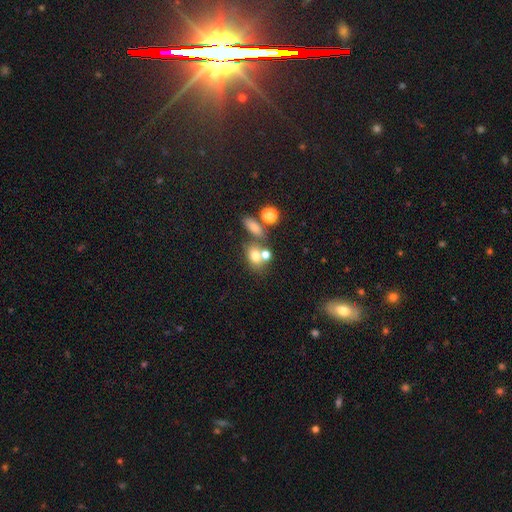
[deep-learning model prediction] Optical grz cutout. It shows a smooth galaxy with no disk features (69%) that is in between round and cigar-shaped (53%). Merging: none (44%).